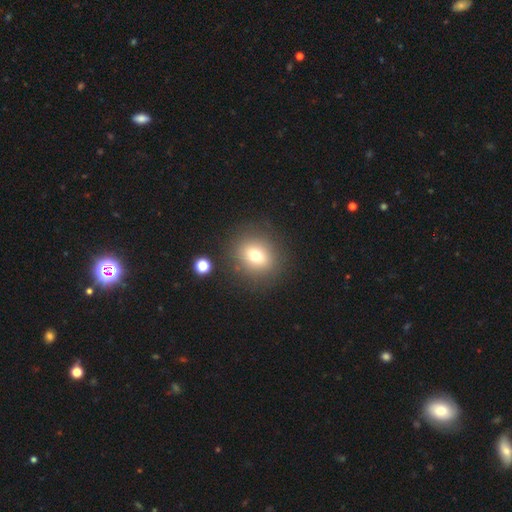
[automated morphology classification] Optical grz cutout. It shows a smooth galaxy with no disk features (70%) that is round (71%). Merging: none (84%).